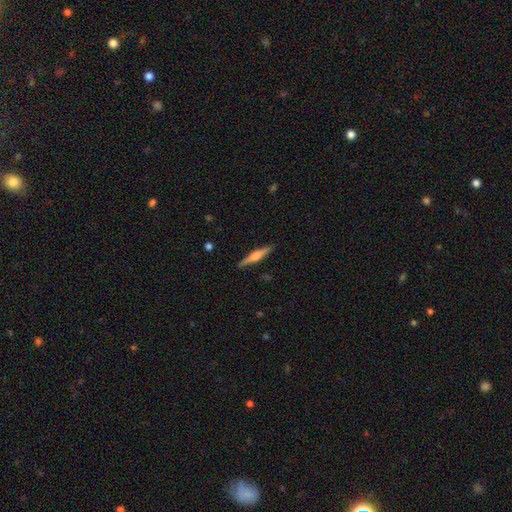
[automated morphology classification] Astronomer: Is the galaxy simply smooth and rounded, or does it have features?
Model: featured or disk — 65%.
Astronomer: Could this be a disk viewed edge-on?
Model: yes — 98%.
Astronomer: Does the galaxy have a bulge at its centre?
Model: rounded — 82%.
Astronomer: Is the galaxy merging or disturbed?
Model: none — 90%.